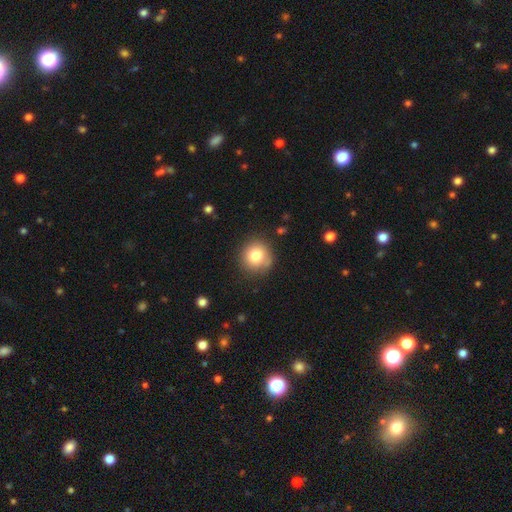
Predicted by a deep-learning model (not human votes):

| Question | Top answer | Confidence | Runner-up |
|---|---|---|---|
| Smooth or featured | smooth | 81% | star or artifact (10%) |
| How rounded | round | 91% | in between (8%) |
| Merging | none | 82% | minor disturbance (12%) |